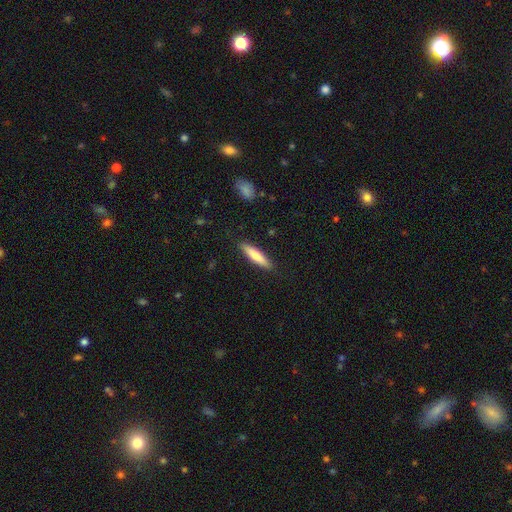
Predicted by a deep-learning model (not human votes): This is likely a smooth galaxy (71%). How rounded: clearly cigar-shaped (83%). Merging: clearly none (88%).